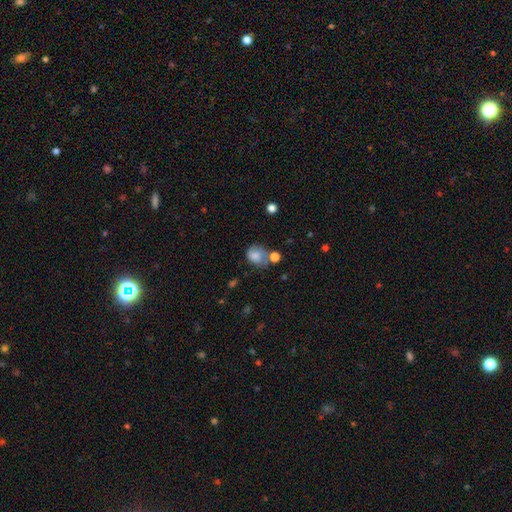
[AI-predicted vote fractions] This appears to be a smooth galaxy with no disk features (71%) that is round (50%). Merging: none (39%).